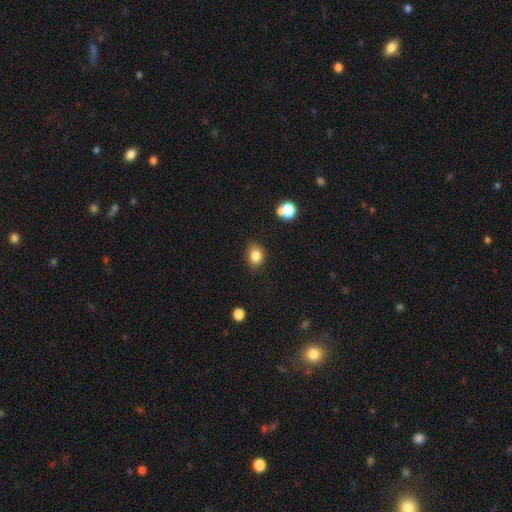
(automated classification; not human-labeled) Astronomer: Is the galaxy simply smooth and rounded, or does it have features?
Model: smooth — 84%.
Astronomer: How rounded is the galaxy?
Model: in between — 53% (runner-up: round, 46%).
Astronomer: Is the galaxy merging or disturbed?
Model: none — 81%.